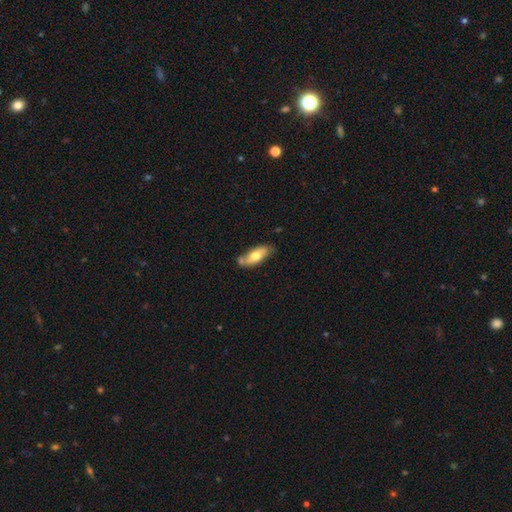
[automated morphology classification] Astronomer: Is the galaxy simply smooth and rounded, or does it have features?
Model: smooth — 63%.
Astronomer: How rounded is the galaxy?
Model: in between — 76%.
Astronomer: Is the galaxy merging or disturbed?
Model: none — 61%.